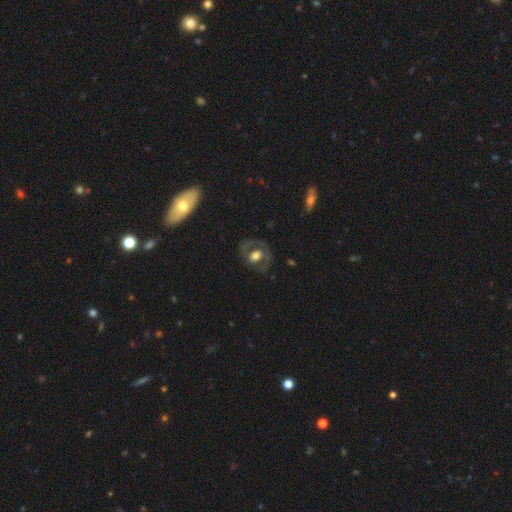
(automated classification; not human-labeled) smooth-or-featured: featured or disk: 57% | smooth: 35% | star or artifact: 8%
  disk-edge-on: no: 95% | yes: 5%
    bar: no: 61% | weak: 27% | strong: 13%
    has-spiral-arms: no: 62% | yes: 38%
    bulge-size: moderate: 47% | large: 38% | small: 9% | dominant: 4% | none: 3%
  merging: none: 60% | minor disturbance: 19% | major disturbance: 19% | merger: 2%